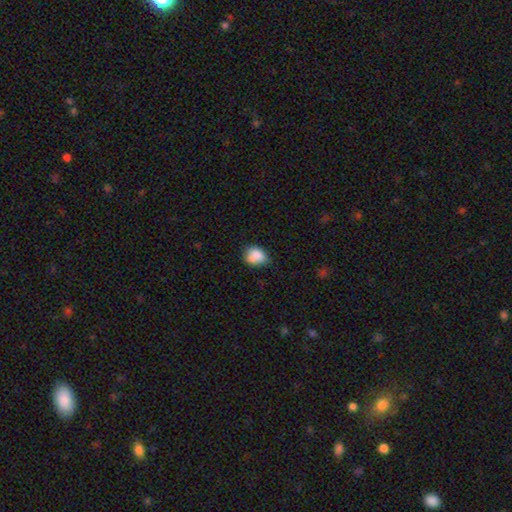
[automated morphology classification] The model was most divided on "how rounded": in between: 52%, round: 47%, cigar-shaped: 1%. More confident: smooth or featured — smooth (83%); merging — none (54%).